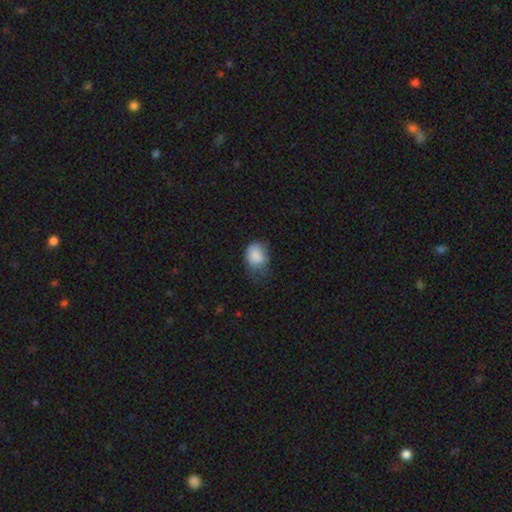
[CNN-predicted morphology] The model was most divided on "merging" (2-way tie): none: 40%, minor disturbance: 40%, major disturbance: 18%, merger: 2%. More confident: smooth or featured — smooth (85%); how rounded — in between (62%).